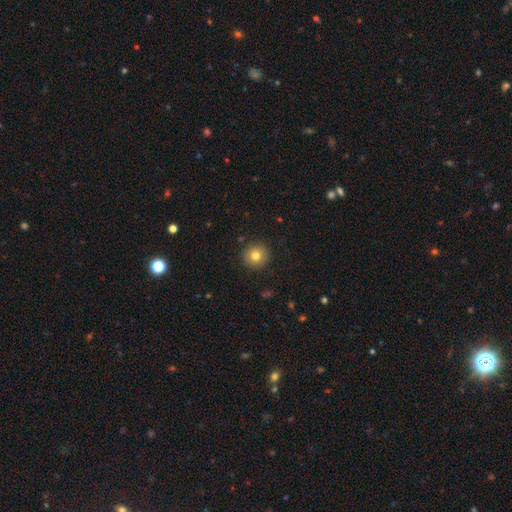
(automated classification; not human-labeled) A smooth galaxy with no disk features (78%) that is round (92%). Merging: none (91%).